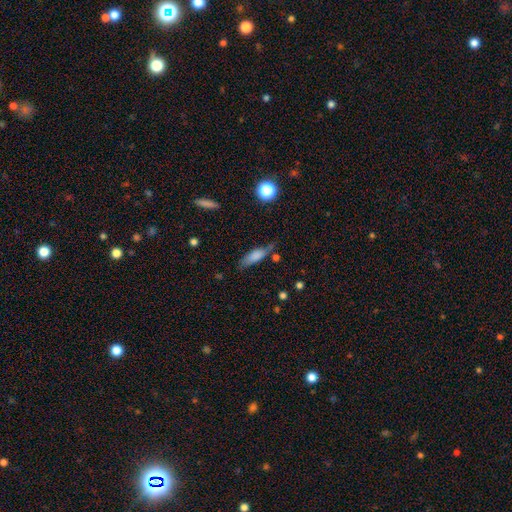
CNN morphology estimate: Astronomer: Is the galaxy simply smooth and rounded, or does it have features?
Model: smooth — 77%.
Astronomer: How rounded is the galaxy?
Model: in between — 54% (runner-up: cigar-shaped, 43%).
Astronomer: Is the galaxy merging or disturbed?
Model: none — 58%.